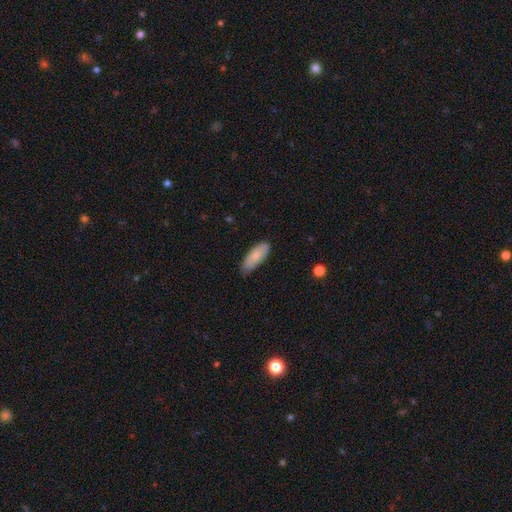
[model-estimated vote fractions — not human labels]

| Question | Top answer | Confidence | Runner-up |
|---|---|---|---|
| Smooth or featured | smooth | 78% | featured or disk (16%) |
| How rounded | in between | 80% | cigar-shaped (18%) |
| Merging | none | 68% | minor disturbance (27%) |